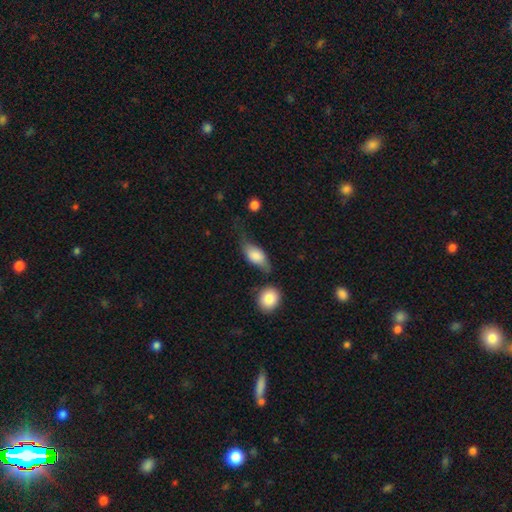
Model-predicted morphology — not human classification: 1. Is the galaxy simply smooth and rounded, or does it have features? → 74% smooth, 19% featured or disk, 6% star or artifact.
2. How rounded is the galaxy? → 85% in between, 9% cigar-shaped, 6% round.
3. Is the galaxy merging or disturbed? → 42% none, 32% minor disturbance, 16% major disturbance, 10% merger.